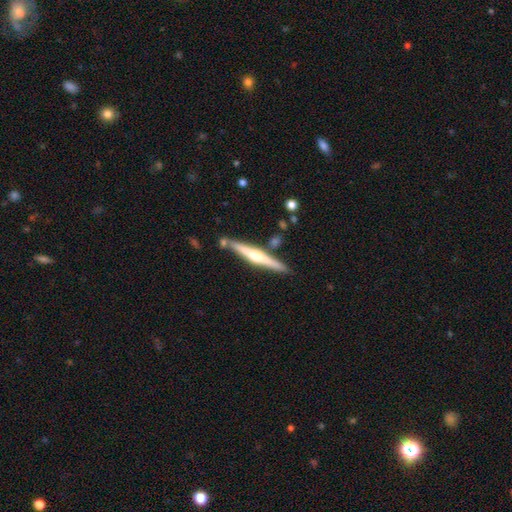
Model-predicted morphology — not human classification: The model was most divided on "smooth or featured": featured or disk: 70%, smooth: 25%, star or artifact: 5%. More confident: edge-on disk — yes (98%); edge-on bulge — rounded (87%); merging — none (83%).